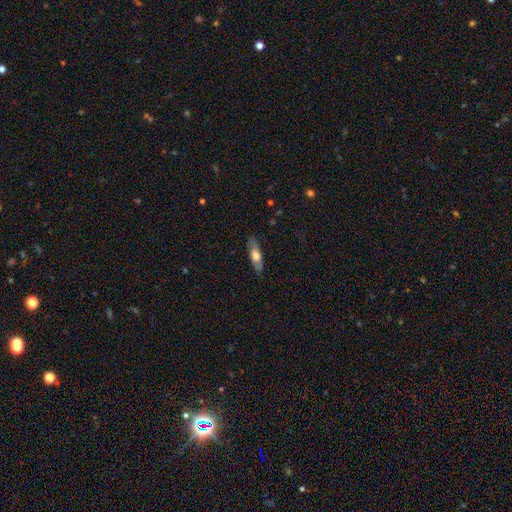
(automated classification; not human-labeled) This is likely a smooth galaxy (60%). How rounded: possibly in between (50%). Merging: clearly none (85%).